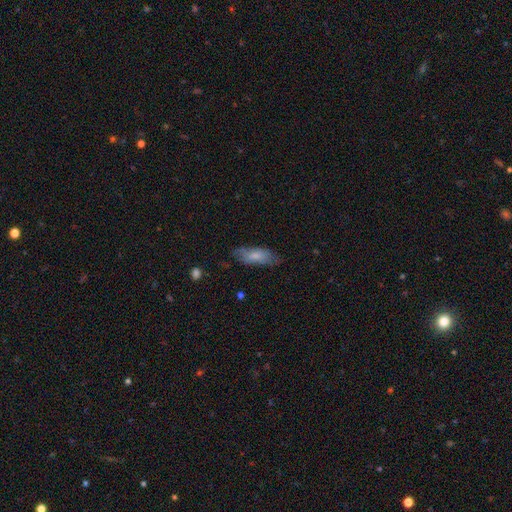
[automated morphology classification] type=smooth (71%); roundness=in between (66%); merging=none (66%).